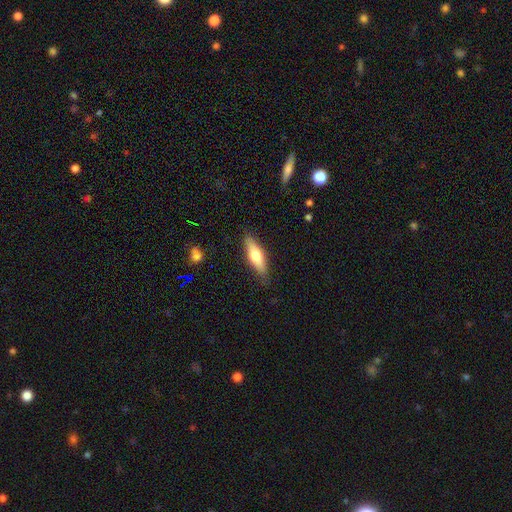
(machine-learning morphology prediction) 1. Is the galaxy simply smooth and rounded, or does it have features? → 63% smooth, 32% featured or disk, 6% star or artifact.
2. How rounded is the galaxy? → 54% cigar-shaped, 44% in between, 2% round.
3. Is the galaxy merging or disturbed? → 85% none, 12% minor disturbance, 2% major disturbance, 1% merger.